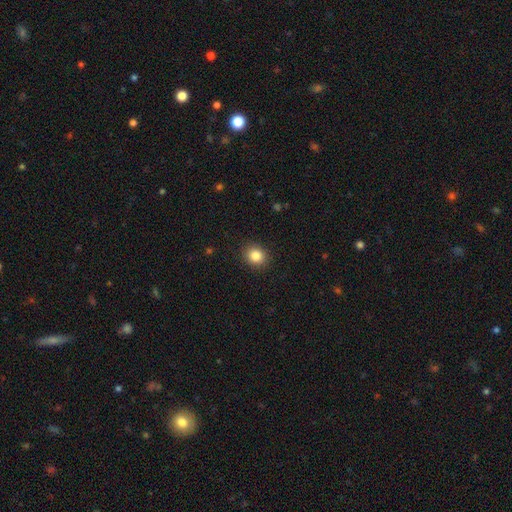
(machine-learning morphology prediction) Smooth or featured? smooth (85%)
How rounded? round (74%)
Merging? none (90%)